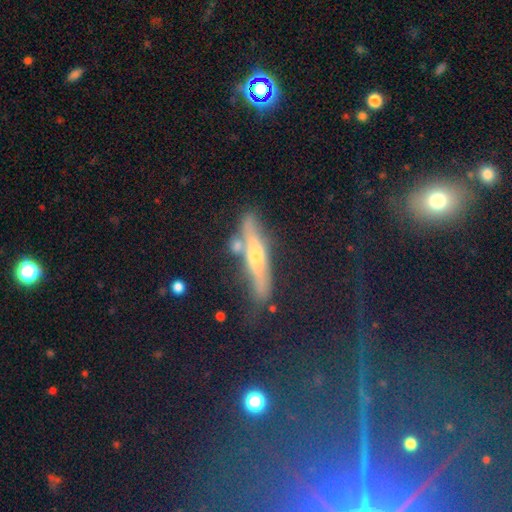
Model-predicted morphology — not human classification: smooth-or-featured: featured or disk: 56% | smooth: 33% | star or artifact: 11%
  disk-edge-on: yes: 86% | no: 14%
  merging: none: 68% | minor disturbance: 17% | merger: 9% | major disturbance: 6%